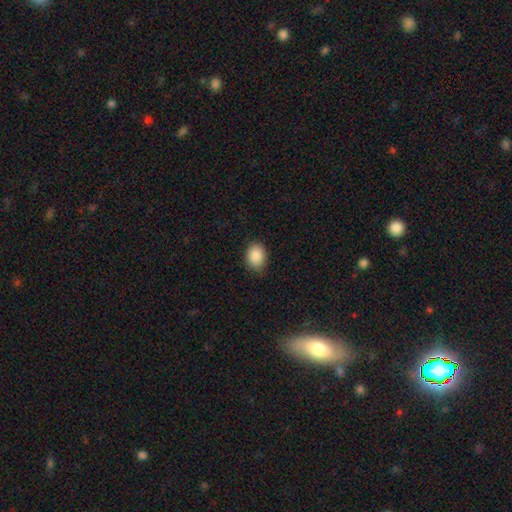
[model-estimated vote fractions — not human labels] Smooth or featured? Predicted: smooth (p=0.89). How rounded? Predicted: in between (p=0.69). Merging? Predicted: none (p=0.83).